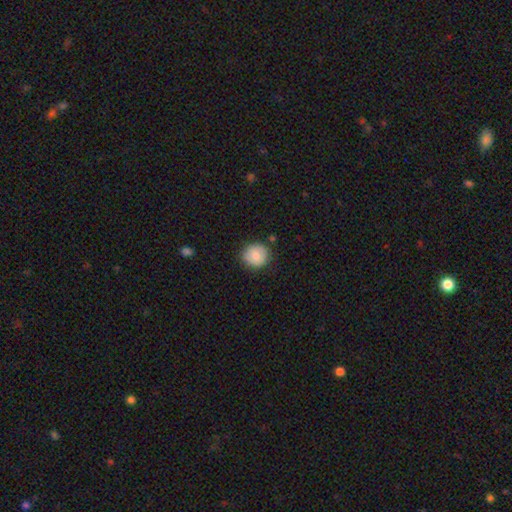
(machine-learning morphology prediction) smooth_or_featured: smooth (p=0.82) [alt: featured or disk p=0.10]
how_rounded: round (p=0.88) [alt: in between p=0.11]
merging: none (p=0.84) [alt: minor disturbance p=0.12]